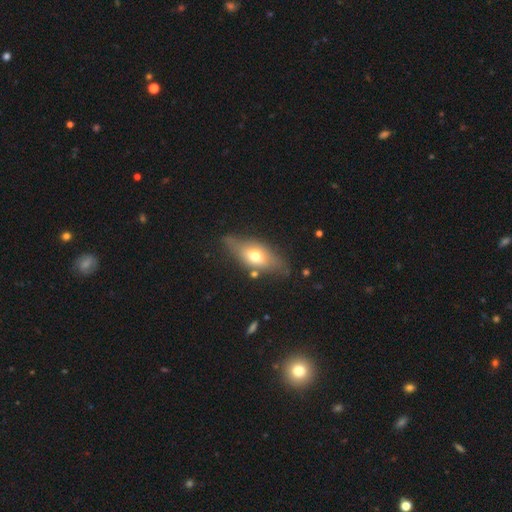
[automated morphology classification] Smooth or featured? smooth (50%)
How rounded? in between (68%)
Merging? none (70%)